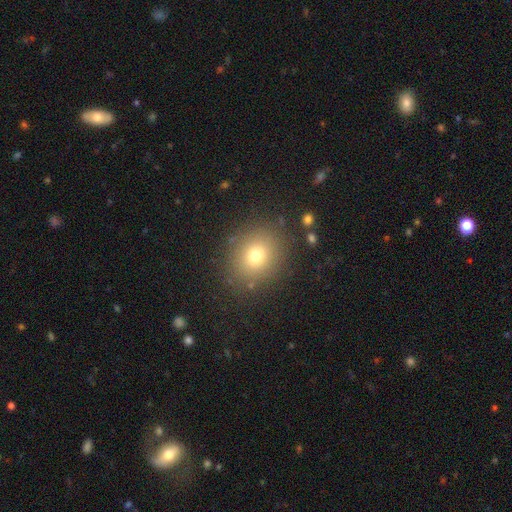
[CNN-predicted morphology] A smooth galaxy with no disk features (72%) that is round (73%).

Vote fractions:
- Smooth or featured? smooth: 72% / star or artifact: 16% / featured or disk: 11%
- How rounded? round: 73% / in between: 26% / cigar-shaped: 1%
- Merging? none: 85% / minor disturbance: 9% / major disturbance: 4% / merger: 2%